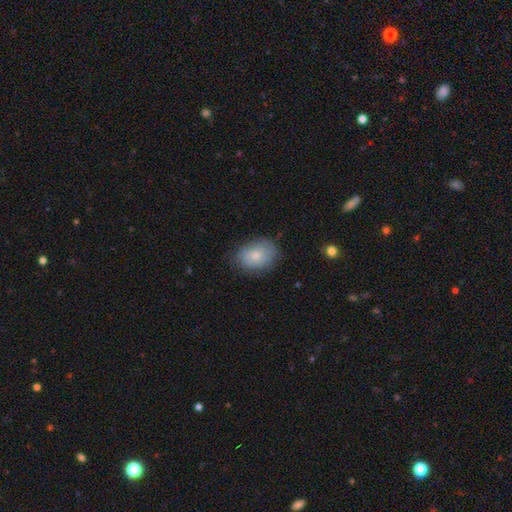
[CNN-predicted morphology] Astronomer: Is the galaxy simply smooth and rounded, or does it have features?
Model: smooth — 75%.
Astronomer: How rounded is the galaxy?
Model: in between — 75%.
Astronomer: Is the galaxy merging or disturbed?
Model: none — 76%.